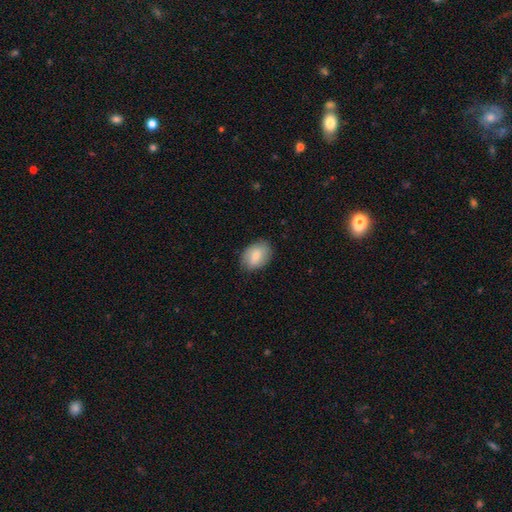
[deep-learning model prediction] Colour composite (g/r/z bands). It shows a smooth galaxy with no disk features (79%) that is in between round and cigar-shaped (80%). Merging: none (80%).